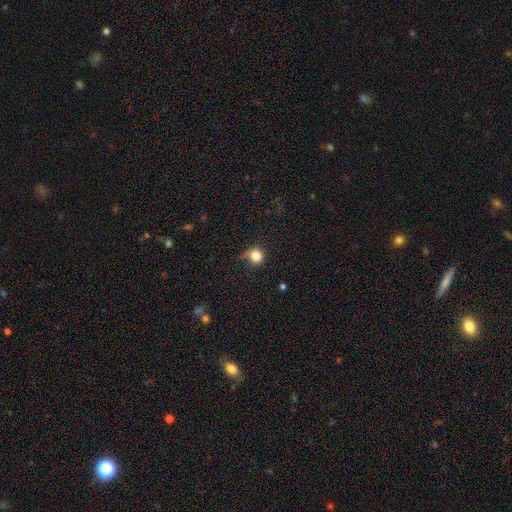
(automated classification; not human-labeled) Q: Smooth or featured?
A: smooth (82%); runner-up: star or artifact (11%)
Q: How rounded?
A: round (90%); runner-up: in between (9%)
Q: Merging?
A: none (67%); runner-up: minor disturbance (23%)